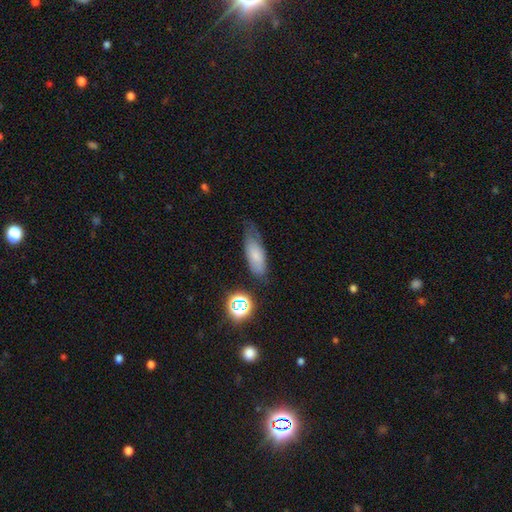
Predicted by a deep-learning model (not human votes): Morphology: type=smooth (70%); roundness=in between (72%); merging=none (51%).